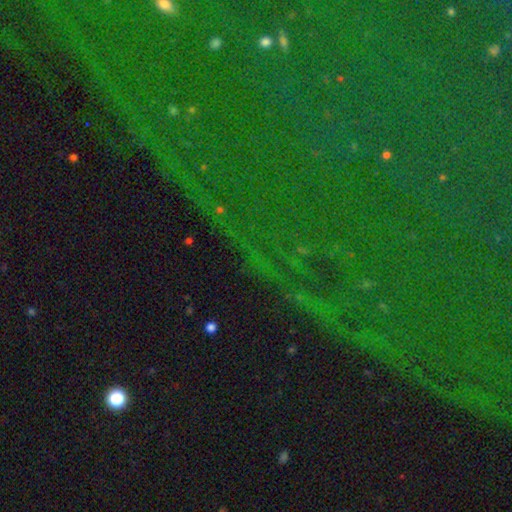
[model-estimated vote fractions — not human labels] Smooth or featured?
  - star or artifact: 82% *
  - featured or disk: 9%
  - smooth: 9%